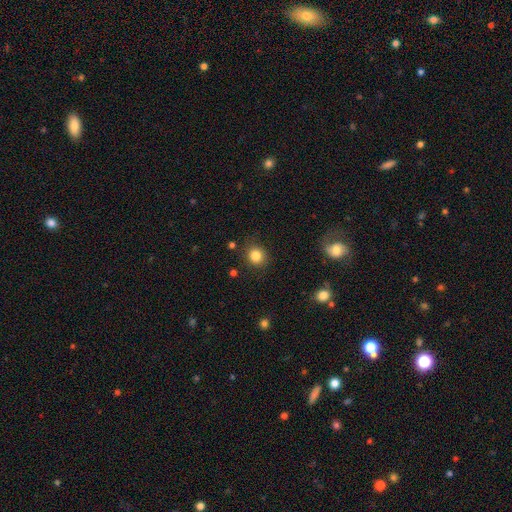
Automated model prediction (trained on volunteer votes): Smooth or featured?
  - smooth: 84% *
  - star or artifact: 11%
  - featured or disk: 5%
How rounded?
  - round: 84% *
  - in between: 15%
  - cigar-shaped: 1%
Merging?
  - none: 86% *
  - minor disturbance: 9%
  - major disturbance: 3%
  - merger: 2%